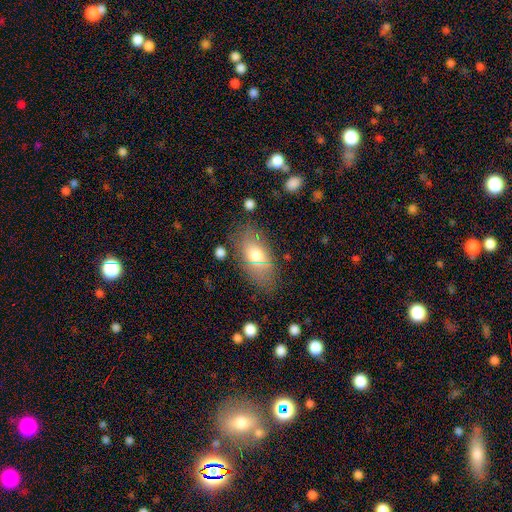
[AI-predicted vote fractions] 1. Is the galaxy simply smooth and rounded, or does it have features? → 69% smooth, 22% featured or disk, 9% star or artifact.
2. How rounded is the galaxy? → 87% in between, 8% round, 5% cigar-shaped.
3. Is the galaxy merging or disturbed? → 73% none, 17% minor disturbance, 7% major disturbance, 3% merger.